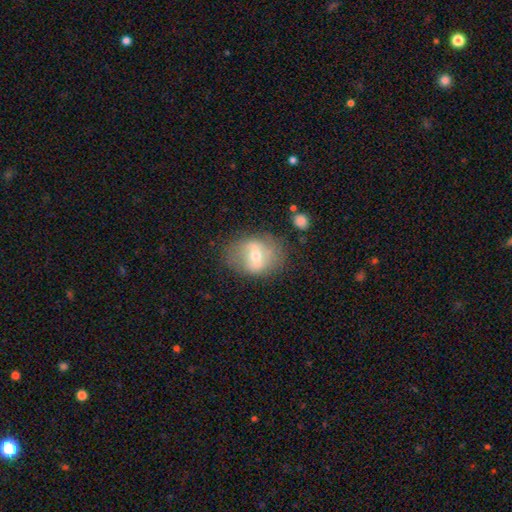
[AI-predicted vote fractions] Q: Smooth or featured?
A: featured or disk (55%); runner-up: smooth (37%)
Q: Edge-on disk?
A: no (89%); runner-up: yes (11%)
Q: Merging?
A: none (69%); runner-up: minor disturbance (18%)